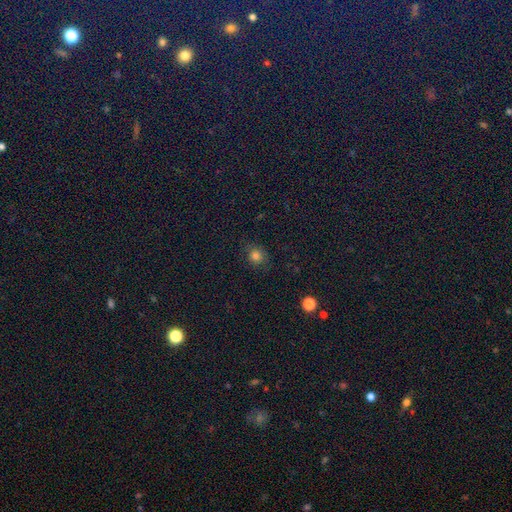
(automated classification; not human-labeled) The model was most divided on "smooth or featured": smooth: 77%, star or artifact: 17%, featured or disk: 6%. More confident: merging — none (83%); how rounded — round (82%).